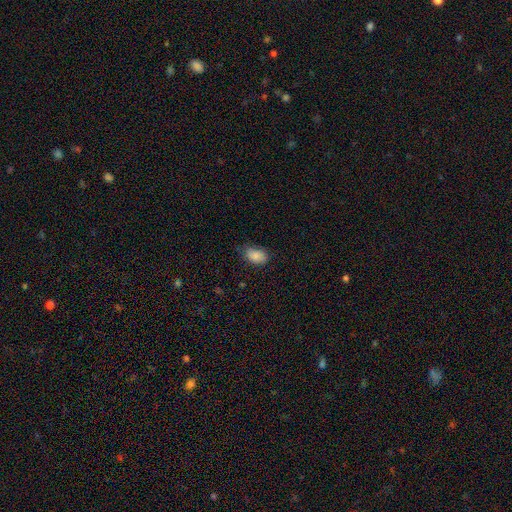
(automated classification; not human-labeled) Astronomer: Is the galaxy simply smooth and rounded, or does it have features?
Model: smooth — 88%.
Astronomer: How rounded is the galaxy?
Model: in between — 90%.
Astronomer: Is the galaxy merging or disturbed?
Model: none — 73%.